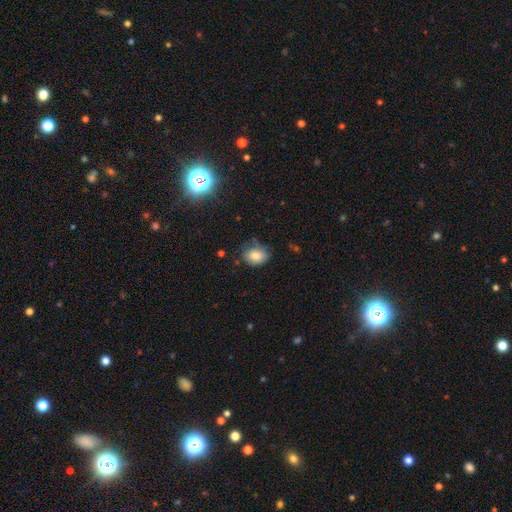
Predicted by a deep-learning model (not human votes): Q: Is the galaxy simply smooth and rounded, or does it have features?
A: smooth — 80%.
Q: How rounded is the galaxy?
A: in between — 65%.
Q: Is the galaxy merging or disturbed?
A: none — 57%.